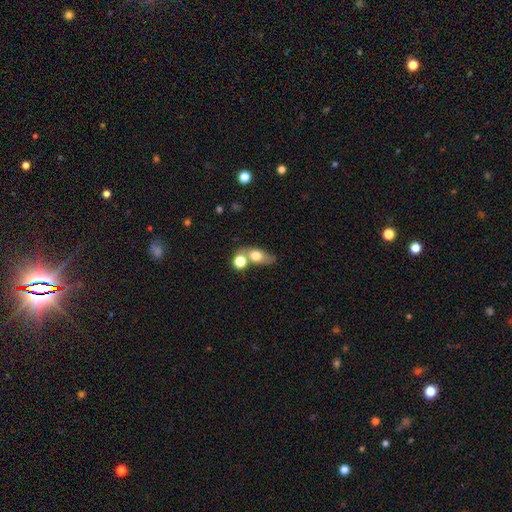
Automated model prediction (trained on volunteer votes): Morphology: type=smooth (69%); roundness=in between (64%); merging=merger (41%).